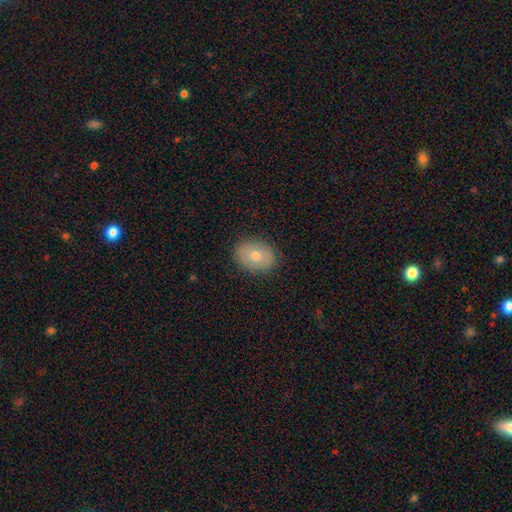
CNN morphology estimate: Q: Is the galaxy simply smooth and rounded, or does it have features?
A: smooth — 73%.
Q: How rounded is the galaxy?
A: in between — 64%.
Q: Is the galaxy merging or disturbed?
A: none — 88%.